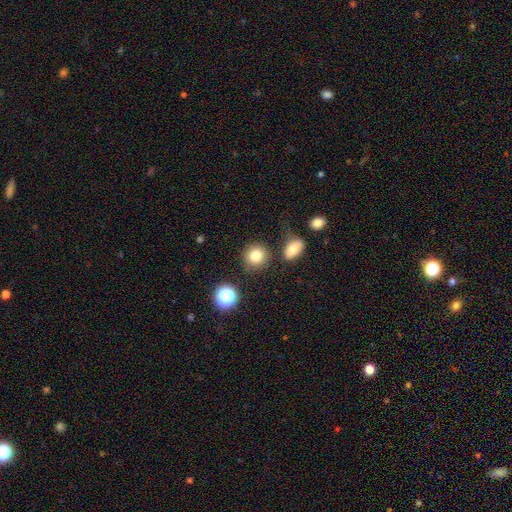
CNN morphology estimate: Q: Smooth or featured?
A: smooth (81%); runner-up: star or artifact (12%)
Q: How rounded?
A: round (87%); runner-up: in between (12%)
Q: Merging?
A: none (80%); runner-up: minor disturbance (10%)